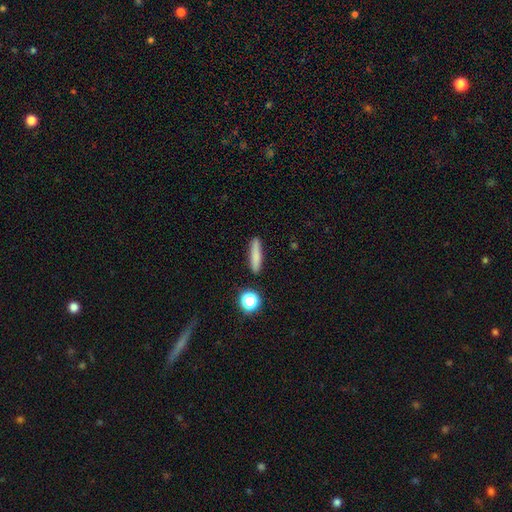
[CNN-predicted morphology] Overall: smooth (78%). How rounded: cigar-shaped (85%). Merging: none (87%).